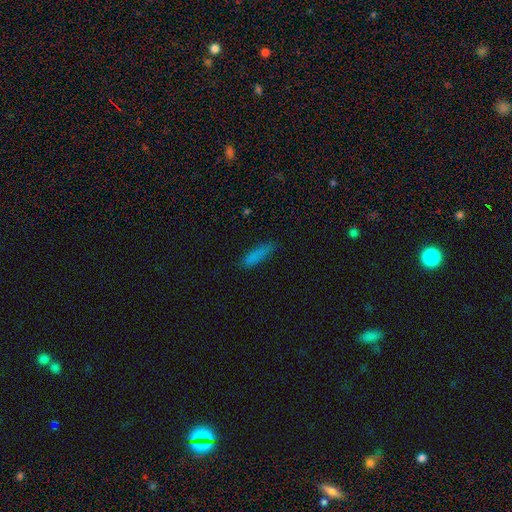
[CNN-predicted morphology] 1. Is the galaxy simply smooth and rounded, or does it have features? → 81% smooth, 11% star or artifact, 8% featured or disk.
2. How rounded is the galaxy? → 65% cigar-shaped, 33% in between, 2% round.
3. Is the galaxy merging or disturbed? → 78% none, 16% minor disturbance, 4% major disturbance, 2% merger.